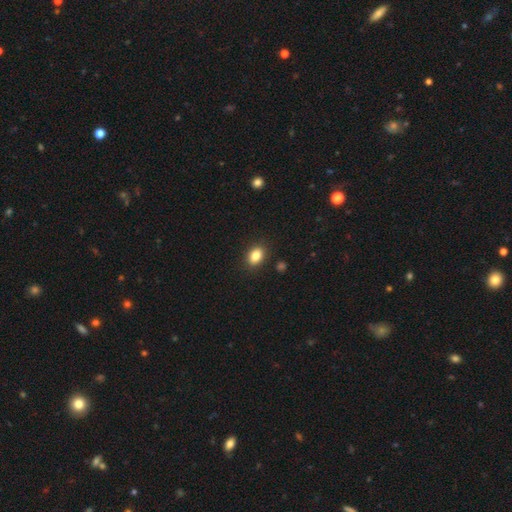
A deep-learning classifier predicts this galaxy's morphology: Q: Smooth or featured?
A: smooth (85%); runner-up: star or artifact (9%)
Q: How rounded?
A: in between (75%); runner-up: round (23%)
Q: Merging?
A: none (88%); runner-up: minor disturbance (9%)